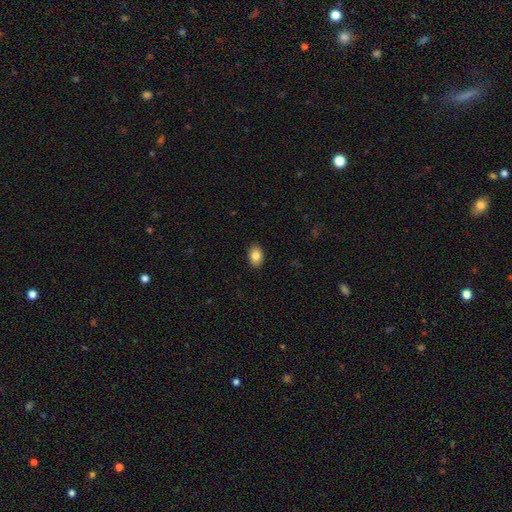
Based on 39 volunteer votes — Smooth or featured? 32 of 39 (82%) said smooth. How rounded? 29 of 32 (91%) said in between. Merging? 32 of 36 (89%) said none.